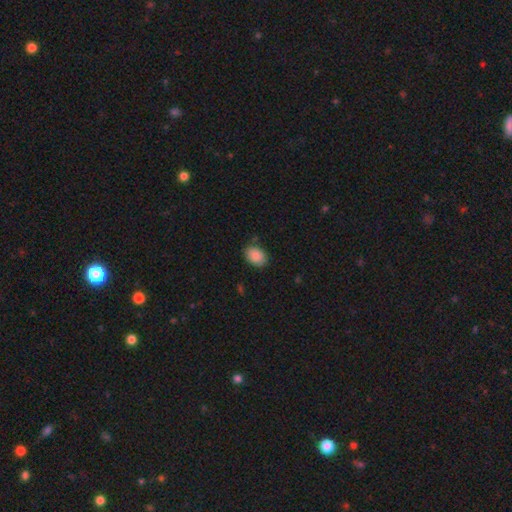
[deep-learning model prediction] This appears to be a smooth galaxy with no disk features (88%) that is in between round and cigar-shaped (75%). Merging: none (81%).